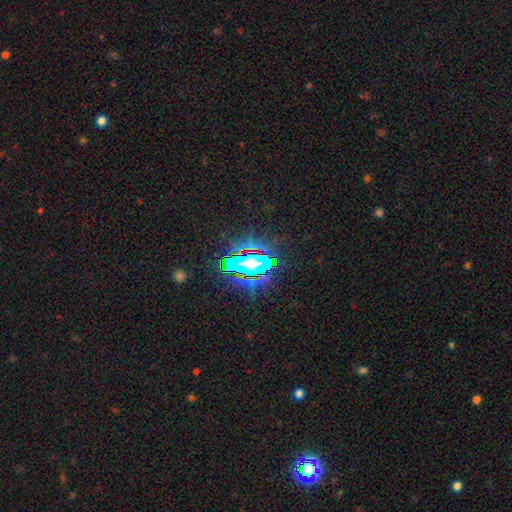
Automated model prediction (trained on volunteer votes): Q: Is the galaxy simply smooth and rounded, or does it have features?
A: star or artifact — 82%.